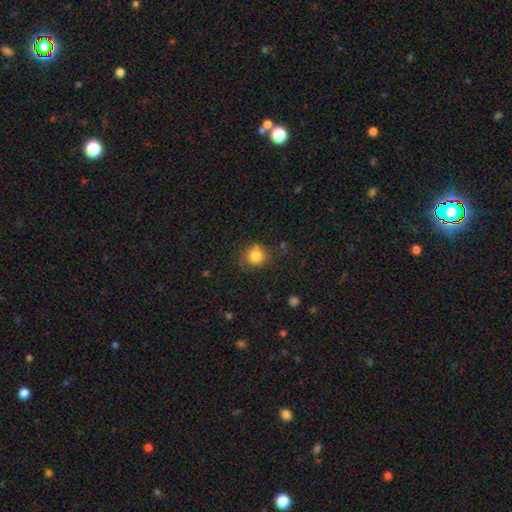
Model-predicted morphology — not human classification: Q: Smooth or featured?
A: smooth (82%); runner-up: star or artifact (11%)
Q: How rounded?
A: round (86%); runner-up: in between (13%)
Q: Merging?
A: none (71%); runner-up: minor disturbance (19%)